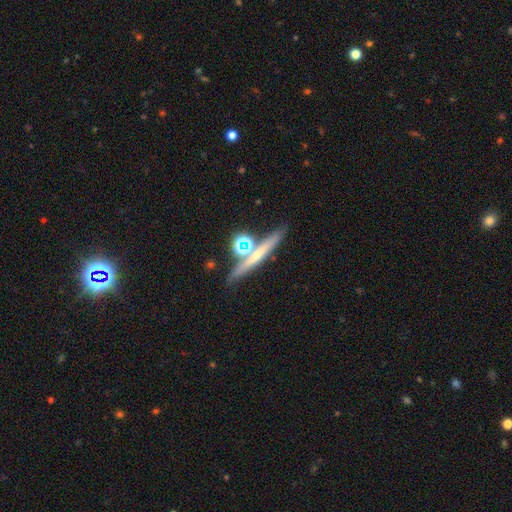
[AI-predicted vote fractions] smooth_or_featured: featured or disk (p=0.41) [alt: smooth p=0.38]
merging: none (p=0.70) [alt: merger p=0.16]